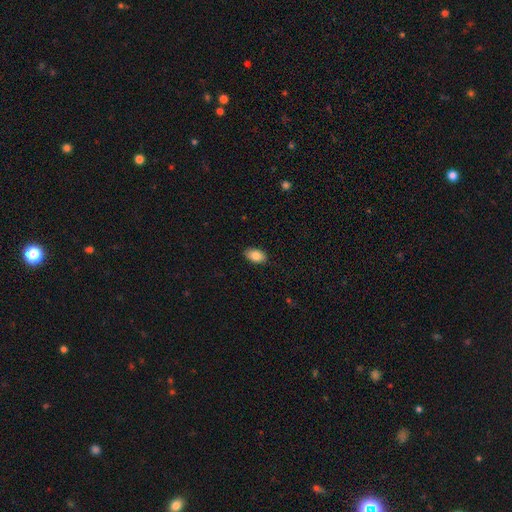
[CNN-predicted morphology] The model was most divided on "smooth or featured": smooth: 85%, featured or disk: 8%, star or artifact: 7%. More confident: how rounded — in between (92%); merging — none (88%).